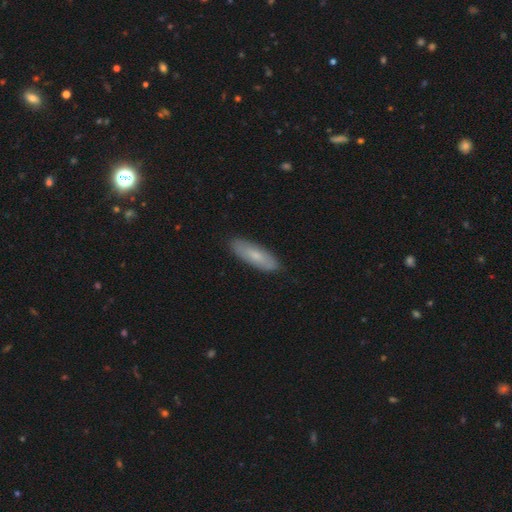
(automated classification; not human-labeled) This appears to be a smooth galaxy with no disk features (66%) that is in between round and cigar-shaped (49%, tied with cigar-shaped). Merging: none (87%).